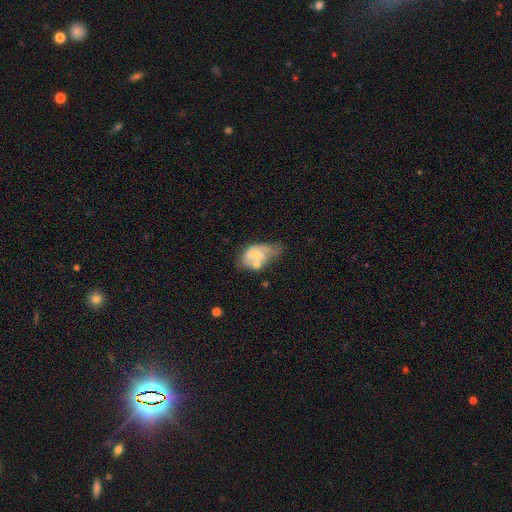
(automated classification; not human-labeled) Morphology: type=smooth (50%); merging=merger (31%).